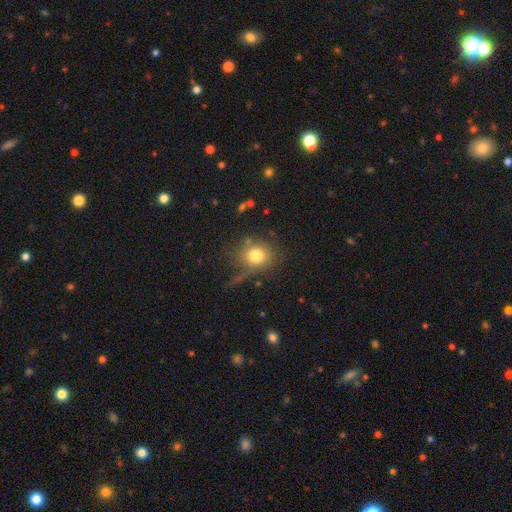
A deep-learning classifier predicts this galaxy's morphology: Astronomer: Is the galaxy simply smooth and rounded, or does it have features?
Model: smooth — 76%.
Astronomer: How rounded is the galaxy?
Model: round — 75%.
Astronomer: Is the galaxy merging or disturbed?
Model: none — 60%.